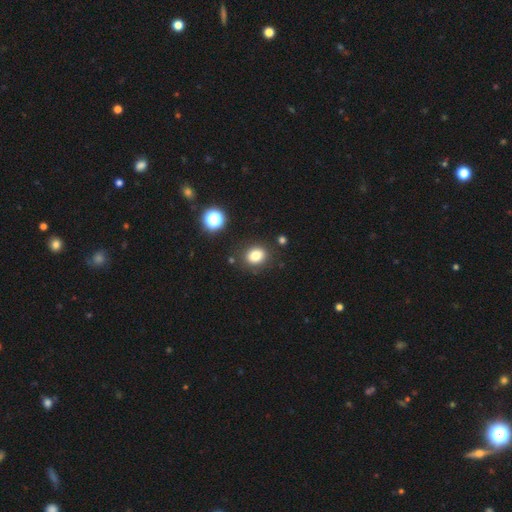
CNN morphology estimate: A smooth galaxy with no disk features (81%) that is round (58%).

Vote fractions:
- Smooth or featured? smooth: 81% / star or artifact: 13% / featured or disk: 7%
- How rounded? round: 58% / in between: 41% / cigar-shaped: 1%
- Merging? none: 85% / minor disturbance: 9% / merger: 3% / major disturbance: 3%